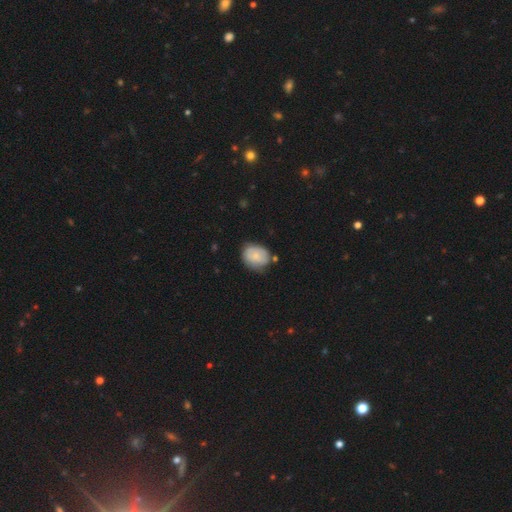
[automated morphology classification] smooth_or_featured: smooth (p=0.69) [alt: featured or disk p=0.25]
how_rounded: round (p=0.50) [alt: in between p=0.49]
merging: none (p=0.60) [alt: minor disturbance p=0.29]